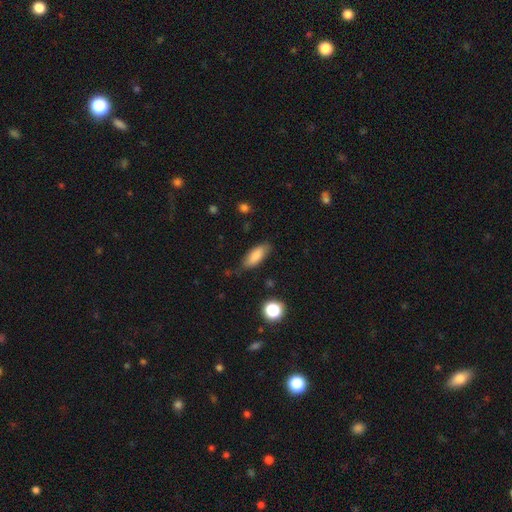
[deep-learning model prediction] Smooth or featured? smooth (81%)
How rounded? in between (78%)
Merging? none (72%)